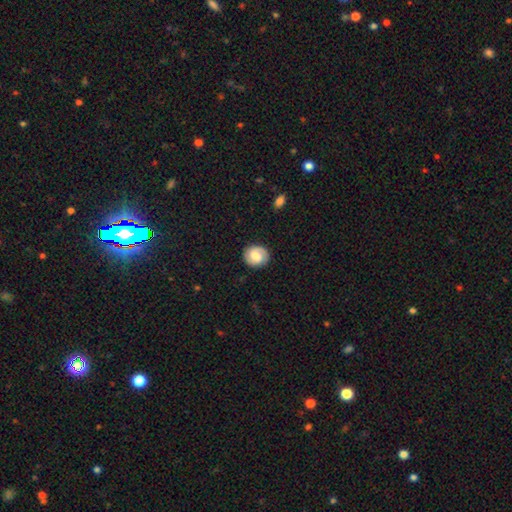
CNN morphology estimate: This is possibly a smooth galaxy (51%). How rounded: likely round (72%). Merging: clearly none (84%).